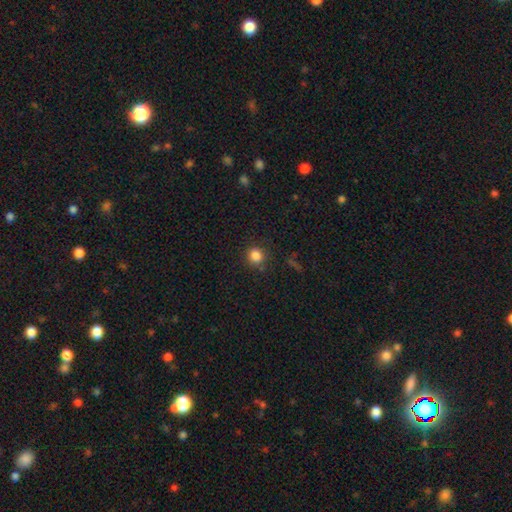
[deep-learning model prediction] This is clearly a smooth galaxy (84%). How rounded: clearly round (88%). Merging: clearly none (84%).